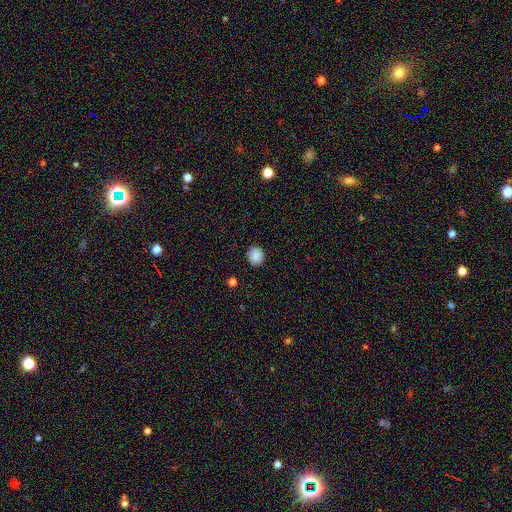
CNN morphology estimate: The model was most divided on "how rounded": round: 82%, in between: 17%, cigar-shaped: 1%. More confident: merging — none (91%); smooth or featured — smooth (88%).